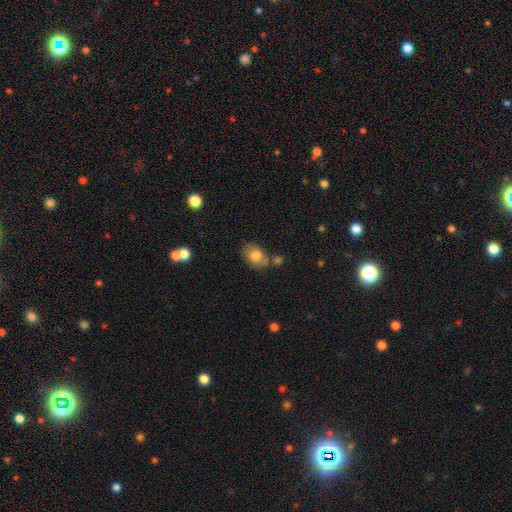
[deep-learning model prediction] This appears to be a smooth galaxy with no disk features (79%) that is in between round and cigar-shaped (75%). Merging: none (60%).